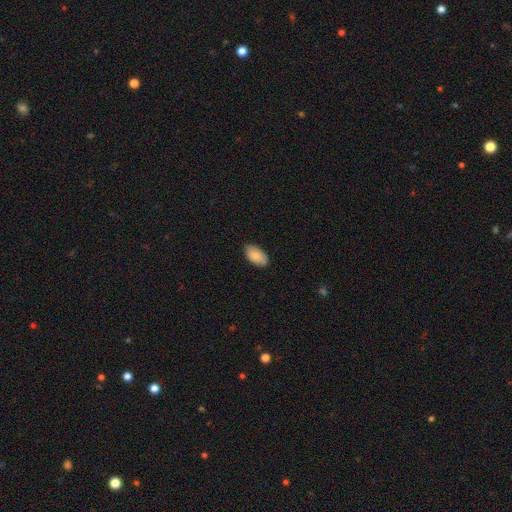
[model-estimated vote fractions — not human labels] Smooth or featured: smooth — 87% (featured or disk — 6%)
How rounded: in between — 95% (round — 3%)
Merging: none — 86% (minor disturbance — 11%)